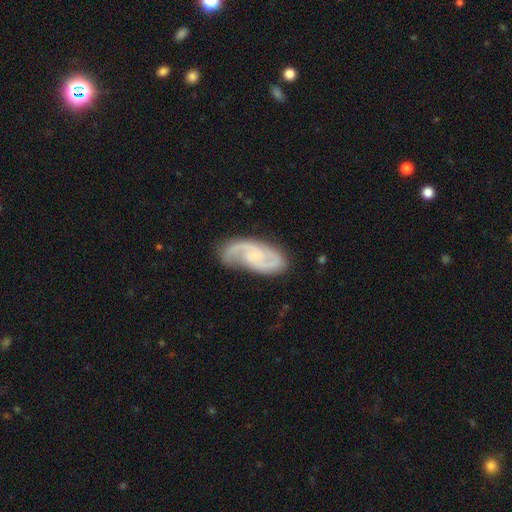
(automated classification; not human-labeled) This appears to be a featured or disk galaxy (85%) with no bar (55%), 2 (88%) medium (51%) spiral arms (97%) and a small central bulge (50%). Merging: none (77%).